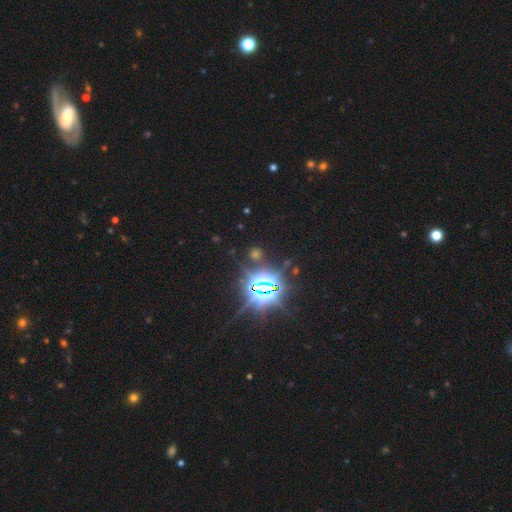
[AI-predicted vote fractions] Smooth or featured?
  - star or artifact: 82% *
  - smooth: 10%
  - featured or disk: 8%